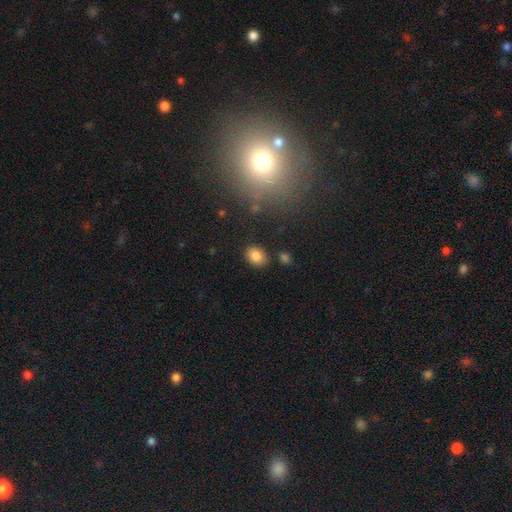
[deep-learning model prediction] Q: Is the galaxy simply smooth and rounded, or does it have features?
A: smooth — 84%.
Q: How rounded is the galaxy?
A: in between — 65%.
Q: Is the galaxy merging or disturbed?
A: none — 84%.